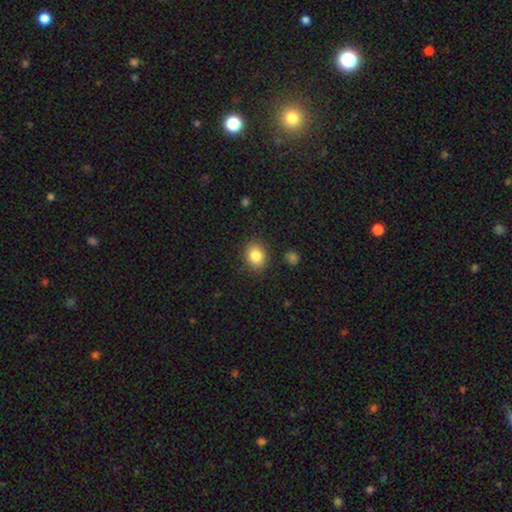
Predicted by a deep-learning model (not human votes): A smooth galaxy with no disk features (84%) that is round (52%).

Vote fractions:
- Smooth or featured? smooth: 84% / star or artifact: 9% / featured or disk: 6%
- How rounded? round: 52% / in between: 47% / cigar-shaped: 1%
- Merging? none: 86% / minor disturbance: 10% / major disturbance: 3% / merger: 2%